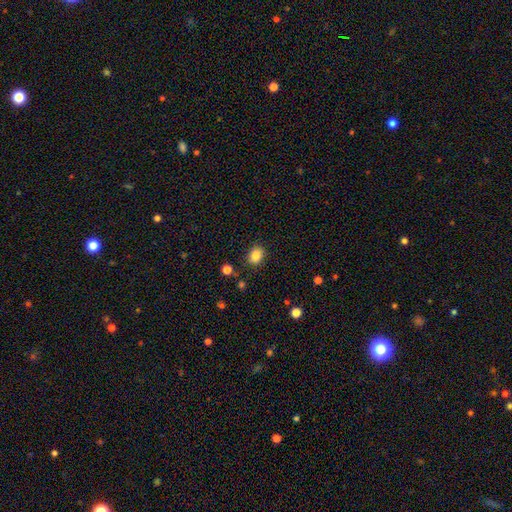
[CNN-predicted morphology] The model was most divided on "how rounded": in between: 54%, round: 45%, cigar-shaped: 1%. More confident: merging — none (85%); smooth or featured — smooth (84%).